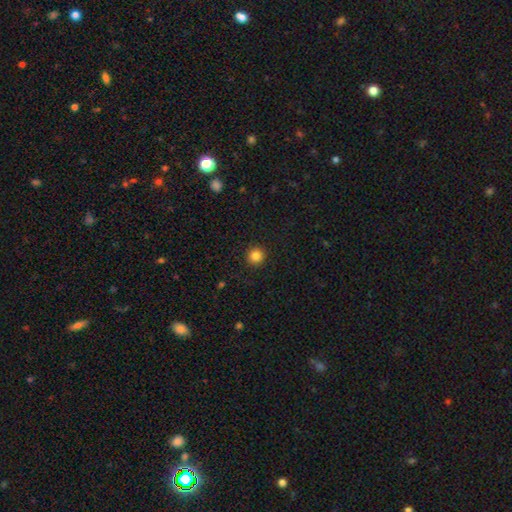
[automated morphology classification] Q: Smooth or featured?
A: smooth (85%); runner-up: star or artifact (11%)
Q: How rounded?
A: round (94%); runner-up: in between (5%)
Q: Merging?
A: none (92%); runner-up: minor disturbance (5%)